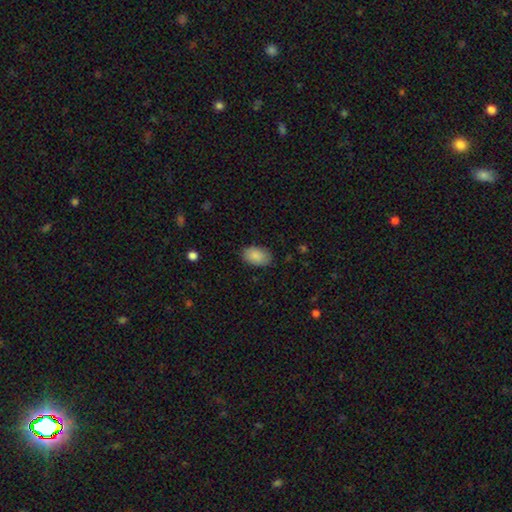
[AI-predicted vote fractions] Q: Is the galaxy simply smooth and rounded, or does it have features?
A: smooth — 88%.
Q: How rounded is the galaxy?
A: in between — 92%.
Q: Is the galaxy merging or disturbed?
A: none — 86%.